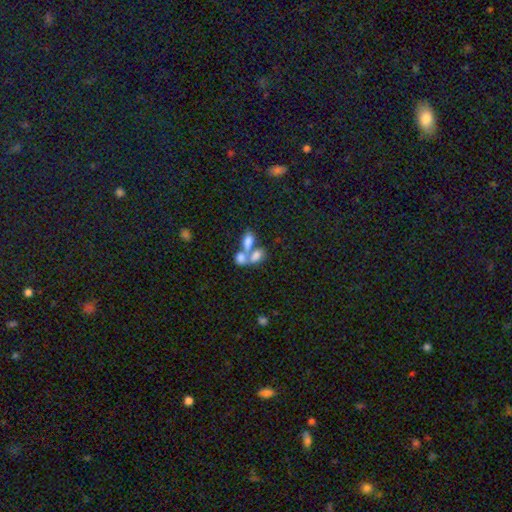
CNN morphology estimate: Overall: smooth (68%). How rounded: in between (84%). Merging: merger (67%).